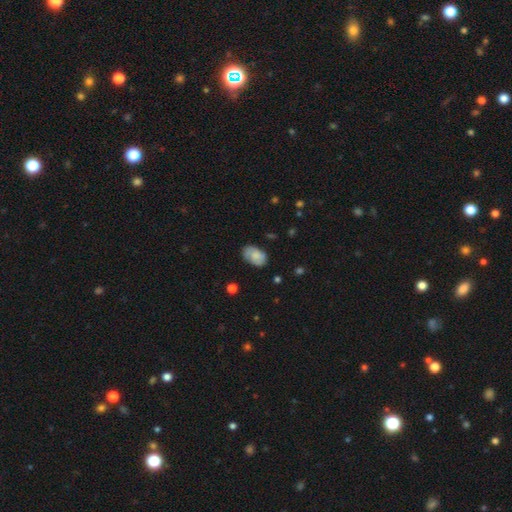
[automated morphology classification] A smooth galaxy with no disk features (66%) that is in between round and cigar-shaped (90%). Merging: none (74%).